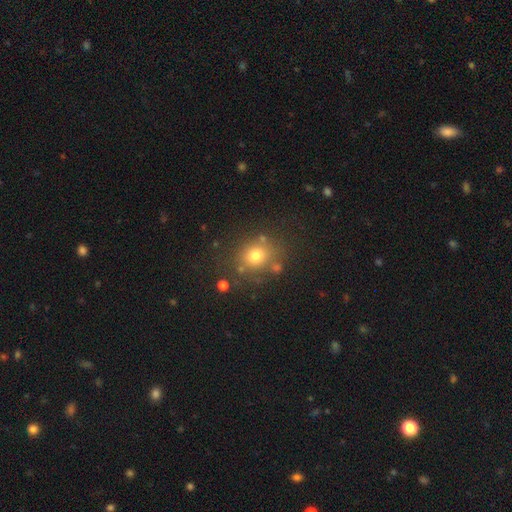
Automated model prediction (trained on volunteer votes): A smooth galaxy with no disk features (74%) that is round (74%).

Vote fractions:
- Smooth or featured? smooth: 74% / star or artifact: 16% / featured or disk: 10%
- How rounded? round: 74% / in between: 25% / cigar-shaped: 1%
- Merging? none: 75% / minor disturbance: 13% / merger: 7% / major disturbance: 5%